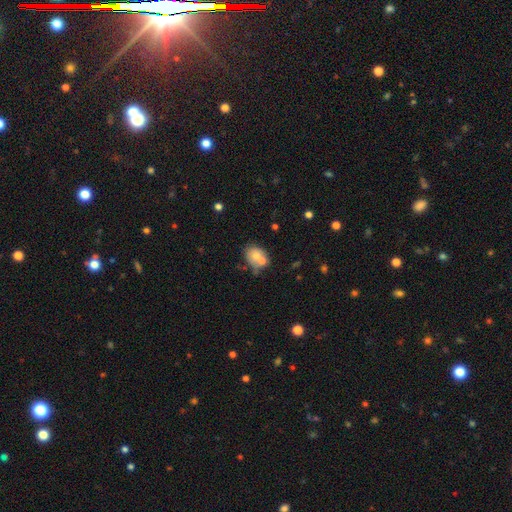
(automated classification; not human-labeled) Morphology: type=smooth (67%); roundness=in between (52%); merging=merger (42%).